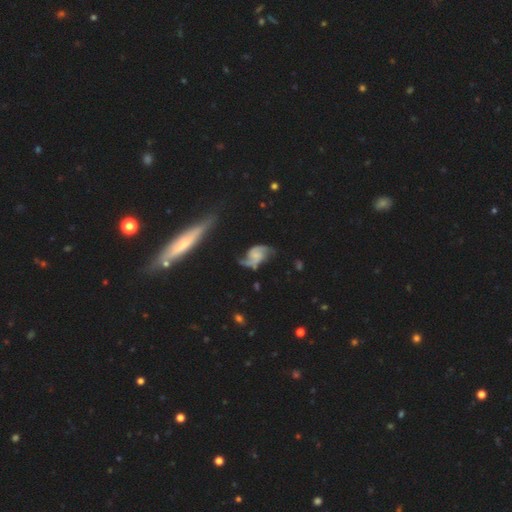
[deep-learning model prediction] This is clearly a featured or disk galaxy (85%). It is clearly not viewed edge-on (97%). Bar: likely no (61%). Spiral arm pattern: clearly yes (96%). Spiral arm count: clearly 2 (90%). Spiral winding: possibly loose (49%). Central bulge: marginally none (41%). Merging: likely none (60%).